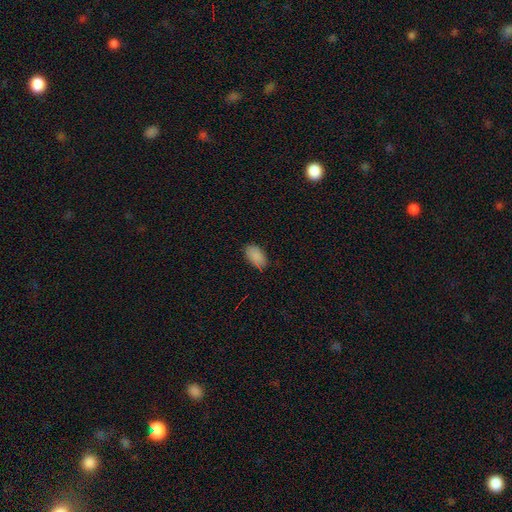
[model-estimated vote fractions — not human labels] smooth_or_featured: smooth (p=0.87) [alt: star or artifact p=0.08]
how_rounded: in between (p=0.94) [alt: round p=0.04]
merging: none (p=0.79) [alt: minor disturbance p=0.17]